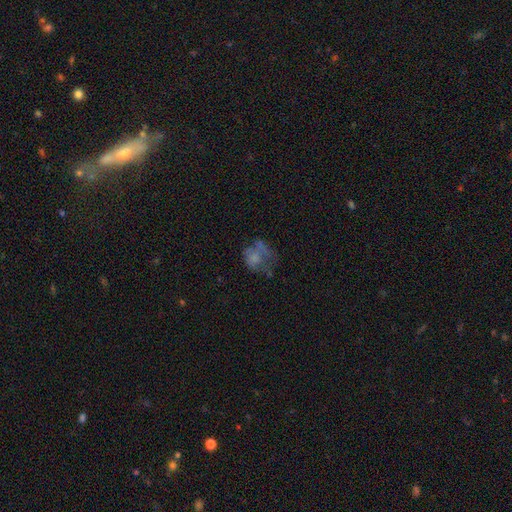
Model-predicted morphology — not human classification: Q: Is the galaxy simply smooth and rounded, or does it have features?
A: smooth — 50%.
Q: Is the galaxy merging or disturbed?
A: major disturbance — 38%.